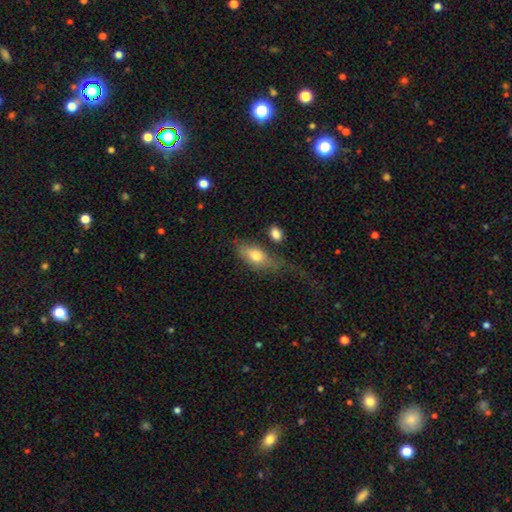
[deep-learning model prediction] Overall: smooth (71%). How rounded: in between (84%). Merging: none (34%; major disturbance 31%).